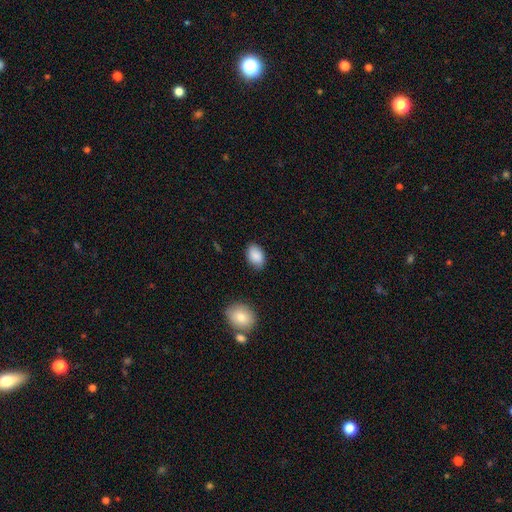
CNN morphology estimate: Smooth or featured? smooth (88%)
How rounded? in between (88%)
Merging? none (83%)